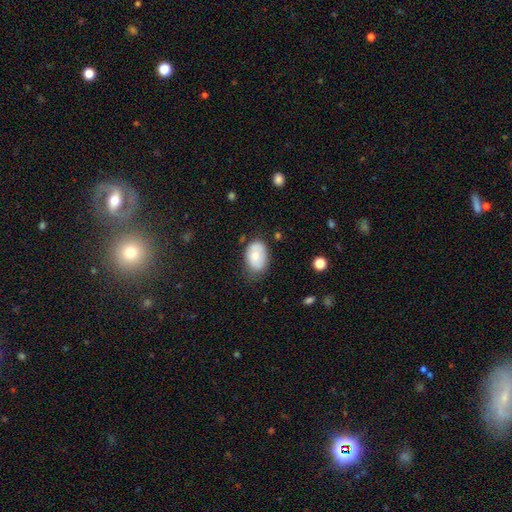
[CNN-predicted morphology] A smooth galaxy with no disk features (73%) that is in between round and cigar-shaped (86%).

Vote fractions:
- Smooth or featured? smooth: 73% / featured or disk: 20% / star or artifact: 7%
- How rounded? in between: 86% / round: 13% / cigar-shaped: 1%
- Merging? none: 61% / minor disturbance: 30% / major disturbance: 7% / merger: 3%